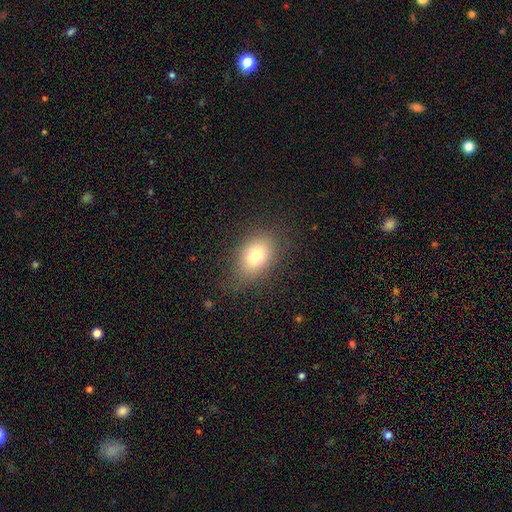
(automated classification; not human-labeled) smooth 75%, featured or disk 13%, star or artifact 12%. Down the decision tree: how rounded — in between (76%); merging — none (78%).